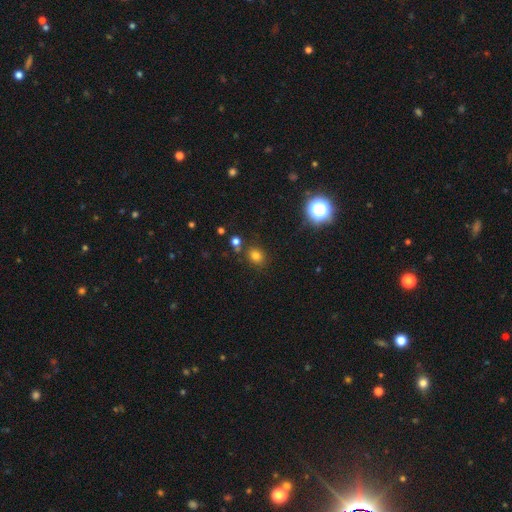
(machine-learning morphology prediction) A smooth galaxy with no disk features (73%) that is round (66%). Merging: none (78%).